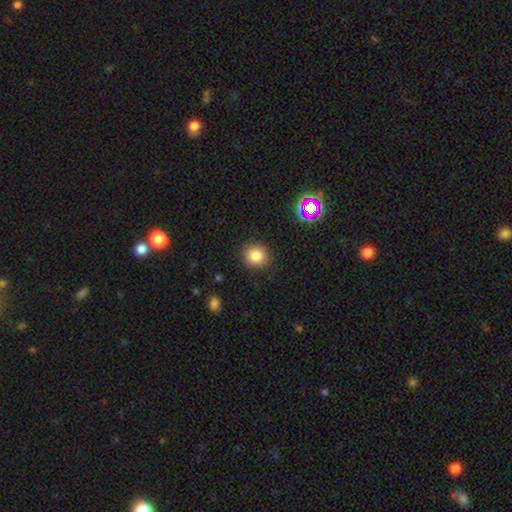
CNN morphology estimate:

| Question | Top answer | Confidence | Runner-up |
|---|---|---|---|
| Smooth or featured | smooth | 82% | star or artifact (12%) |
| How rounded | round | 86% | in between (13%) |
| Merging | none | 88% | minor disturbance (8%) |